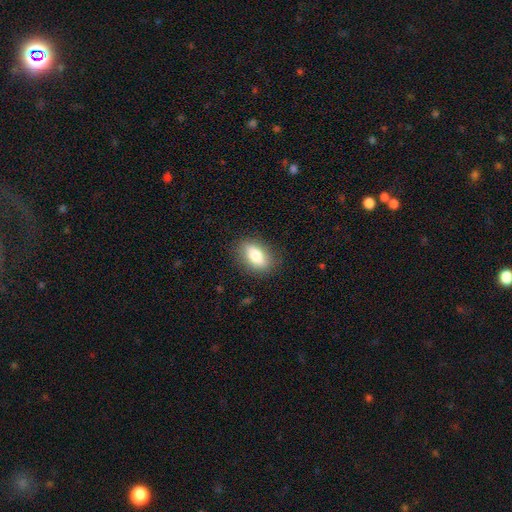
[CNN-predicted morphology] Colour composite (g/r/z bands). It shows a smooth galaxy with no disk features (76%) that is in between round and cigar-shaped (84%). Merging: none (84%).